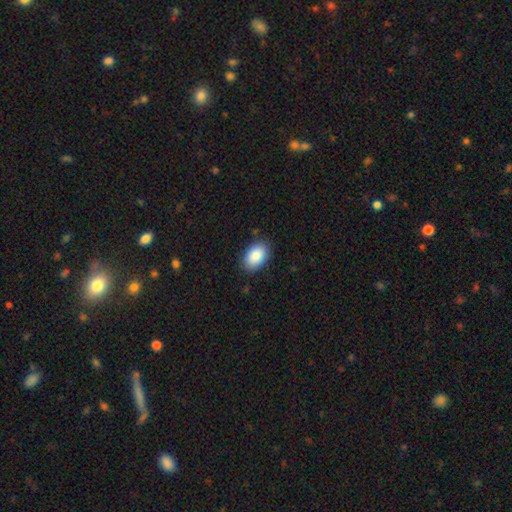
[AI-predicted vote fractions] smooth_or_featured: smooth (p=0.88) [alt: star or artifact p=0.06]
how_rounded: in between (p=0.91) [alt: round p=0.08]
merging: none (p=0.86) [alt: minor disturbance p=0.10]